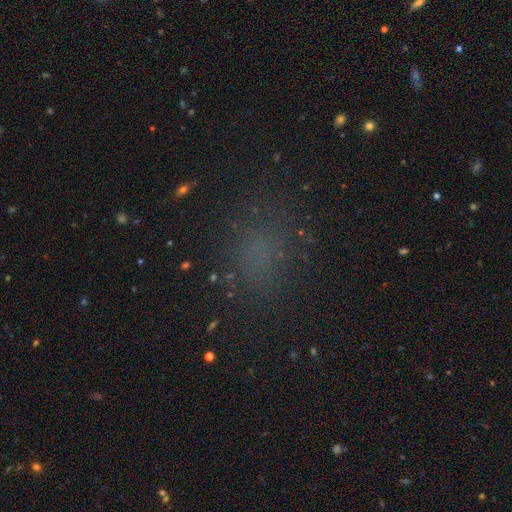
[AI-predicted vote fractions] smooth_or_featured: smooth (p=0.62) [alt: star or artifact p=0.28]
how_rounded: round (p=0.57) [alt: in between p=0.41]
merging: none (p=0.76) [alt: minor disturbance p=0.13]